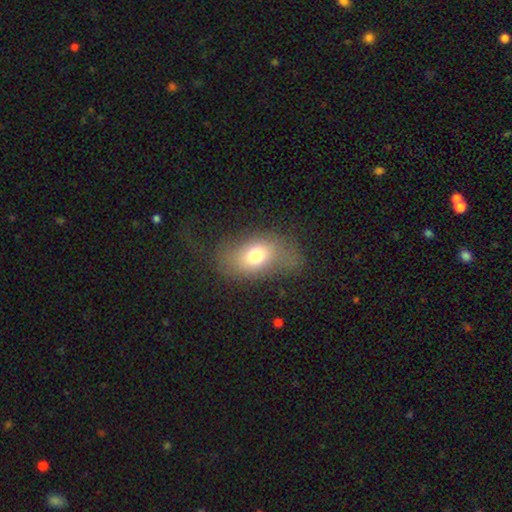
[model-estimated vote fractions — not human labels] A smooth galaxy with no disk features (69%) that is in between round and cigar-shaped (79%).

Vote fractions:
- Smooth or featured? smooth: 69% / featured or disk: 19% / star or artifact: 12%
- How rounded? in between: 79% / round: 20% / cigar-shaped: 2%
- Merging? none: 59% / minor disturbance: 21% / major disturbance: 19% / merger: 2%